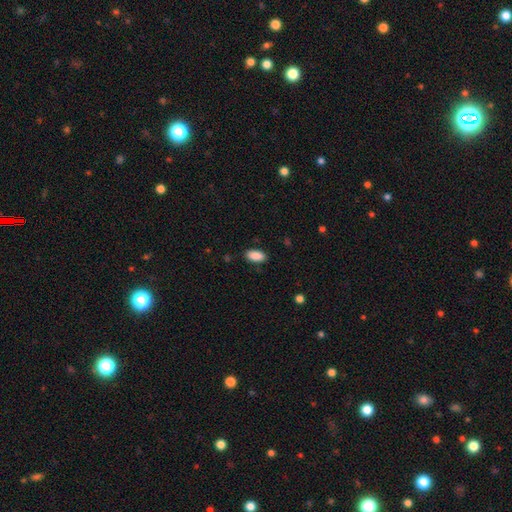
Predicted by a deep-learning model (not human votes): This appears to be a smooth galaxy with no disk features (90%) that is in between round and cigar-shaped (93%). Merging: none (87%).